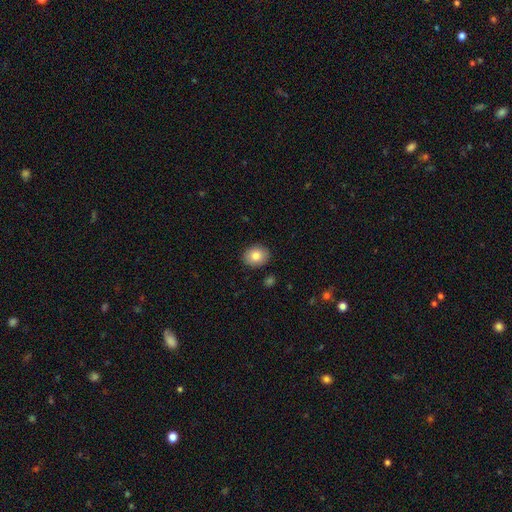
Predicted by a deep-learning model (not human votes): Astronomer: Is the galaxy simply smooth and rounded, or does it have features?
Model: smooth — 84%.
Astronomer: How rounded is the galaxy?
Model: round — 52% (runner-up: in between, 47%).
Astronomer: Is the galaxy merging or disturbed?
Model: none — 89%.